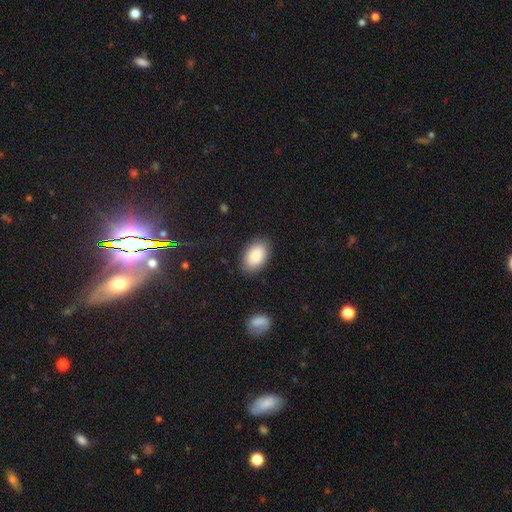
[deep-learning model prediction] A smooth galaxy with no disk features (89%) that is in between round and cigar-shaped (91%).

Vote fractions:
- Smooth or featured? smooth: 89% / star or artifact: 7% / featured or disk: 4%
- How rounded? in between: 91% / round: 8% / cigar-shaped: 1%
- Merging? none: 85% / minor disturbance: 10% / major disturbance: 3% / merger: 1%